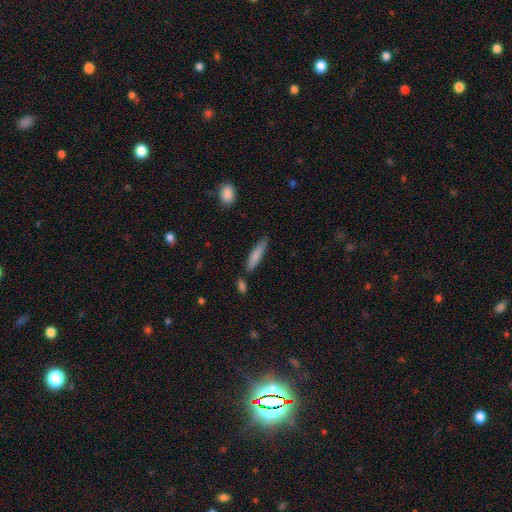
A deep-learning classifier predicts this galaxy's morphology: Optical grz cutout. It shows a smooth galaxy with no disk features (80%) that is cigar-shaped (80%). Merging: none (74%).